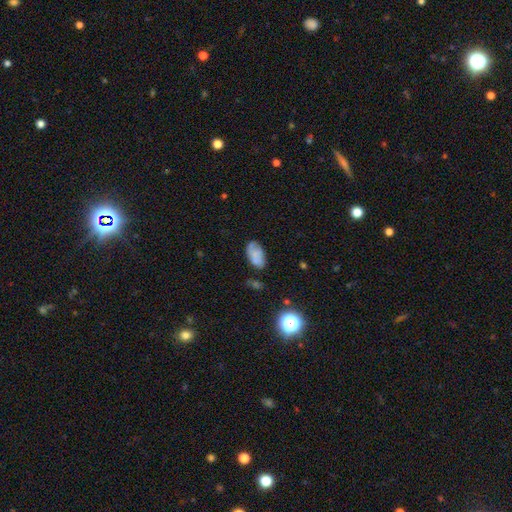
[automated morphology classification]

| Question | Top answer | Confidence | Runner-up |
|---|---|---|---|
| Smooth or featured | smooth | 65% | featured or disk (25%) |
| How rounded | in between | 93% | round (5%) |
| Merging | none | 59% | minor disturbance (26%) |